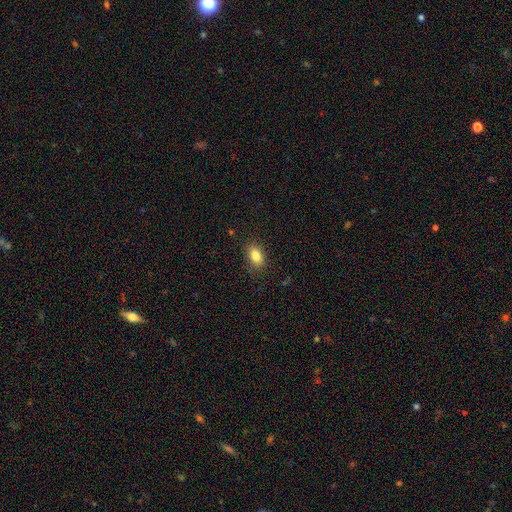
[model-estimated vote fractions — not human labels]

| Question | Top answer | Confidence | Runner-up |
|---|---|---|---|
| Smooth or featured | smooth | 84% | star or artifact (9%) |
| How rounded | in between | 84% | round (14%) |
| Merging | none | 85% | minor disturbance (11%) |